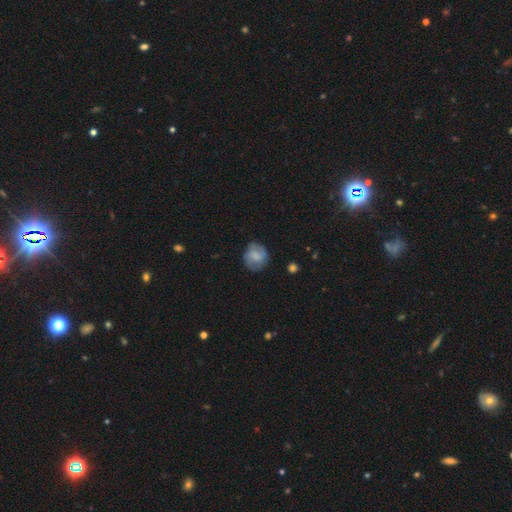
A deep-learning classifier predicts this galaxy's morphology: type=smooth (66%); roundness=round (77%); merging=none (73%).